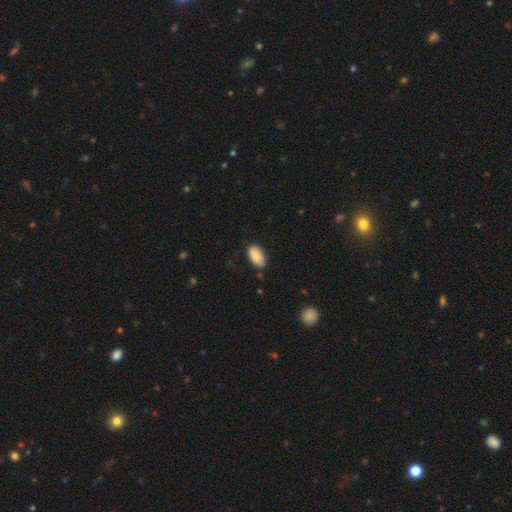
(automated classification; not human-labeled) A smooth galaxy with no disk features (84%) that is in between round and cigar-shaped (94%). Merging: none (71%).